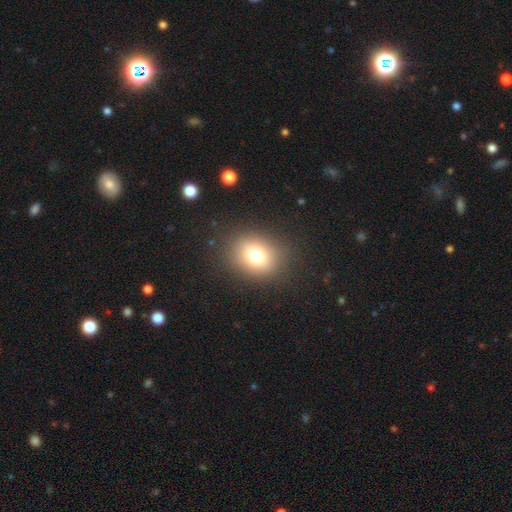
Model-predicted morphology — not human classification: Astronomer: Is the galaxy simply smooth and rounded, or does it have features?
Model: smooth — 74%.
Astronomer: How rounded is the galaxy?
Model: round — 59% (runner-up: in between, 40%).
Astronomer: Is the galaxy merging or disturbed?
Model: none — 86%.